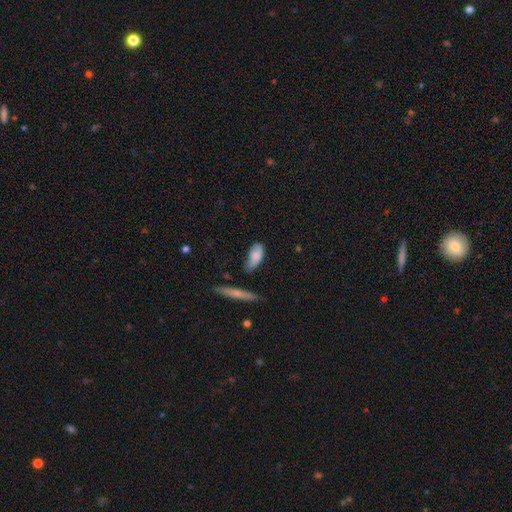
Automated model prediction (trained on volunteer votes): Smooth or featured?
  - smooth: 80% *
  - featured or disk: 13%
  - star or artifact: 7%
How rounded?
  - in between: 83% *
  - cigar-shaped: 14%
  - round: 3%
Merging?
  - none: 51% *
  - minor disturbance: 34%
  - major disturbance: 9%
  - merger: 5%